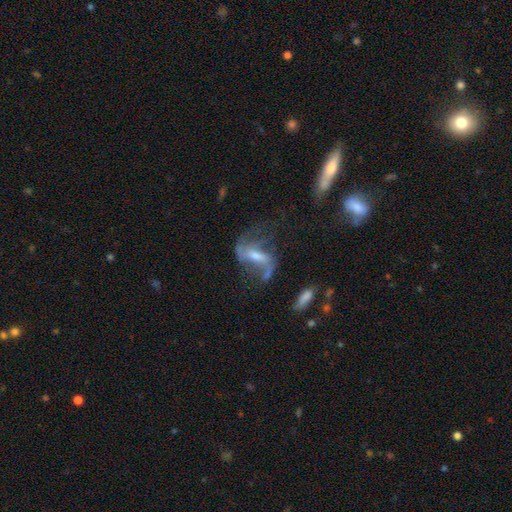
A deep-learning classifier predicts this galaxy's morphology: Smooth or featured: featured or disk — 78% (smooth — 12%)
Edge-on disk: no — 92% (yes — 8%)
Bar: weak — 42% (strong — 36%)
Spiral arms: yes — 86% (no — 14%)
Spiral winding: loose — 68% (medium — 25%)
Spiral arm count: 2 — 80% (can't tell — 9%)
Bulge size: moderate — 43% (small — 40%)
Merging: none — 45% (major disturbance — 30%)